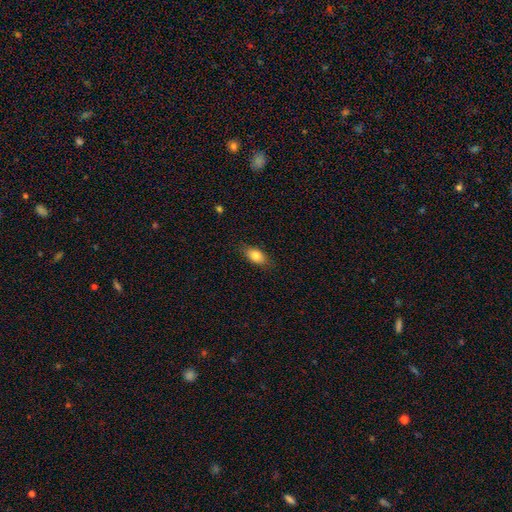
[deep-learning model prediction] Morphology: type=smooth (81%); roundness=in between (86%); merging=none (82%).